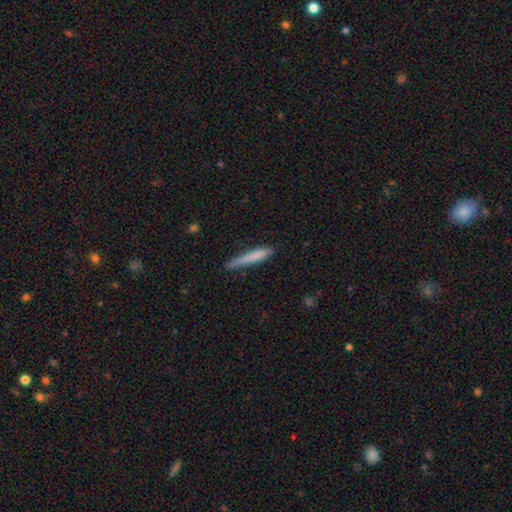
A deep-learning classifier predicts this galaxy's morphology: Smooth or featured? Predicted: smooth (p=0.77). How rounded? Predicted: cigar-shaped (p=0.92). Merging? Predicted: none (p=0.65).